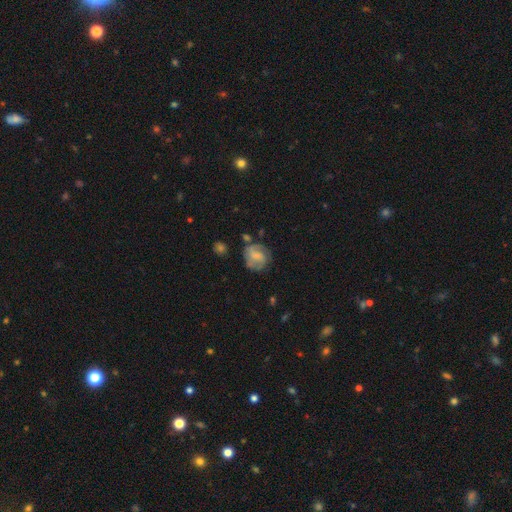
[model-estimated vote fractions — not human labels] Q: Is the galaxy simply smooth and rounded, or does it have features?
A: featured or disk — 52%.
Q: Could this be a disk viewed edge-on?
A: no — 97%.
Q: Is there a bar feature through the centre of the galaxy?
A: no — 44%, tied with weak.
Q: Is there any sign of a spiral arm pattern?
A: yes — 79%.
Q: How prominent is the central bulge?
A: small — 33%, tied with none.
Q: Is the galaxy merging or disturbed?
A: none — 62%.